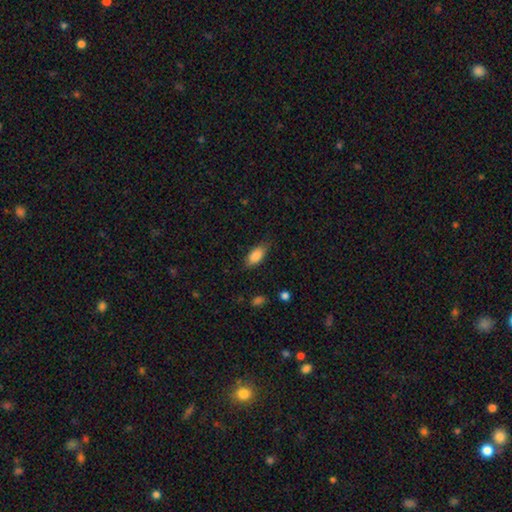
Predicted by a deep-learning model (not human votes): A smooth galaxy with no disk features (86%) that is in between round and cigar-shaped (89%).

Vote fractions:
- Smooth or featured? smooth: 86% / featured or disk: 7% / star or artifact: 7%
- How rounded? in between: 89% / cigar-shaped: 9% / round: 3%
- Merging? none: 78% / minor disturbance: 17% / major disturbance: 4% / merger: 1%